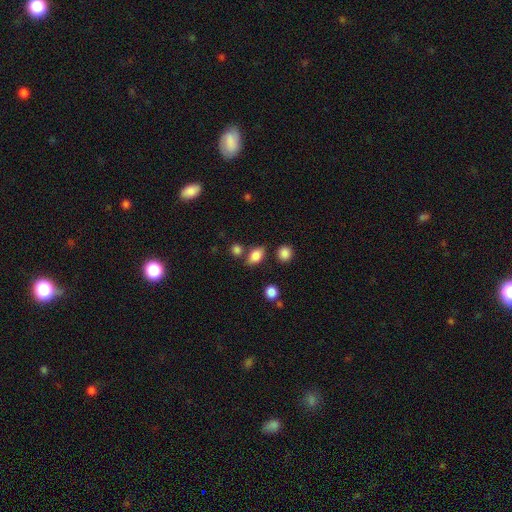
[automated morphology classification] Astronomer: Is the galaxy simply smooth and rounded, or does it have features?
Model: smooth — 82%.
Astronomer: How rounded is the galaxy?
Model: in between — 77%.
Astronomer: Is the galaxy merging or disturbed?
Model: none — 71%.